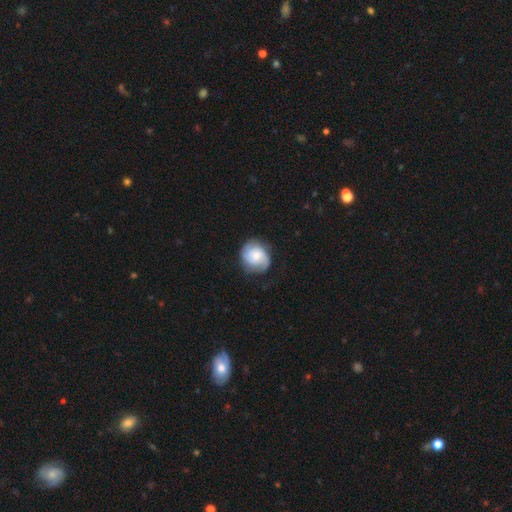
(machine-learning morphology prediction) Smooth or featured? featured or disk (57%)
Edge-on disk? no (98%)
Bar? no (69%)
Spiral arms? yes (90%)
Bulge size? moderate (45%)
Merging? none (75%)